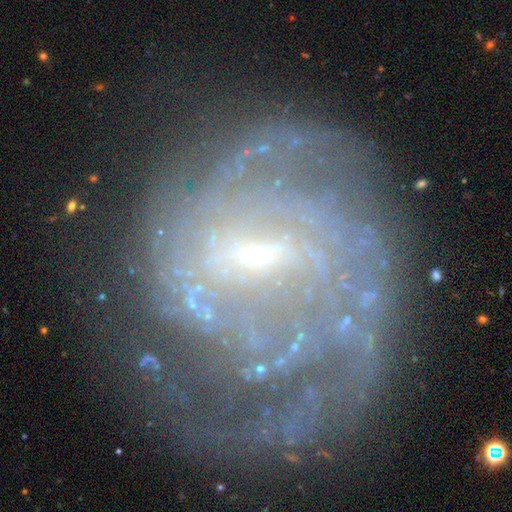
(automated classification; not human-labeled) featured or disk 84%, smooth 8%, star or artifact 8%. Down the decision tree: edge-on disk — no (97%); bar — weak (51%); spiral arms — yes (92%); spiral arm count — can't tell (35%); spiral winding — tight (55%); bulge size — small (75%); merging — none (59%).